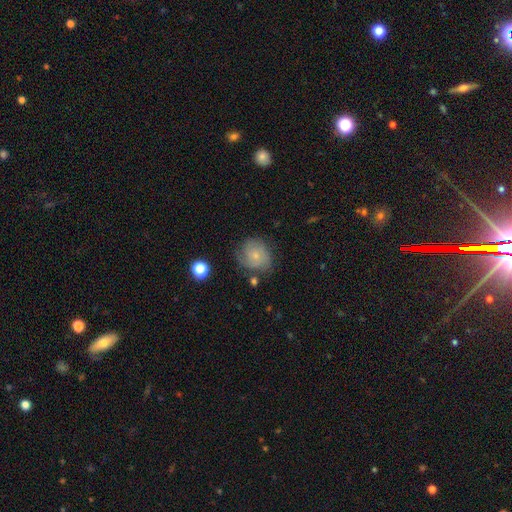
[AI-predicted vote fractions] A smooth galaxy with no disk features (55%) that is round (77%).

Vote fractions:
- Smooth or featured? smooth: 55% / featured or disk: 36% / star or artifact: 9%
- How rounded? round: 77% / in between: 22% / cigar-shaped: 1%
- Merging? none: 61% / minor disturbance: 25% / major disturbance: 10% / merger: 4%